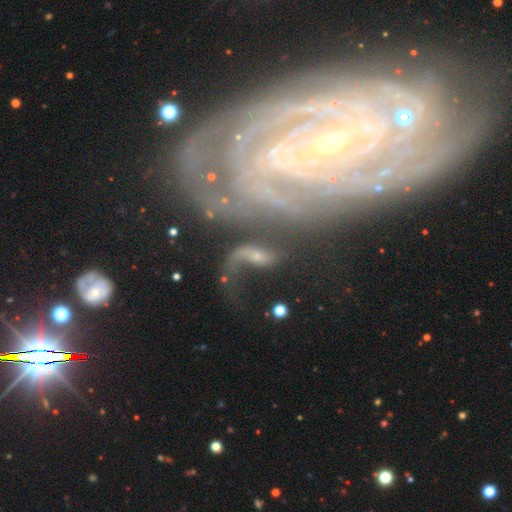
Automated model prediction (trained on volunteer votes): Smooth or featured: featured or disk — 62% (smooth — 23%)
Edge-on disk: no — 93% (yes — 7%)
Bar: no — 46% (weak — 33%)
Spiral arms: yes — 84% (no — 16%)
Bulge size: small — 47% (moderate — 35%)
Merging: none — 34% (major disturbance — 29%)